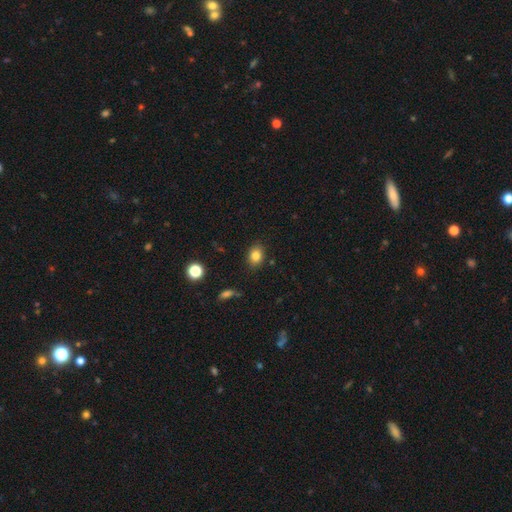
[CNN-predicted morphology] Smooth or featured: smooth — 83% (star or artifact — 11%)
How rounded: in between — 63% (round — 36%)
Merging: none — 85% (minor disturbance — 11%)